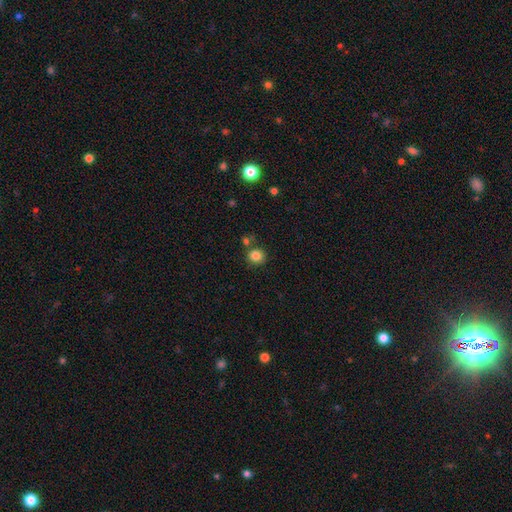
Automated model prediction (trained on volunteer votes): Overall: smooth (84%). How rounded: round (85%). Merging: none (76%).